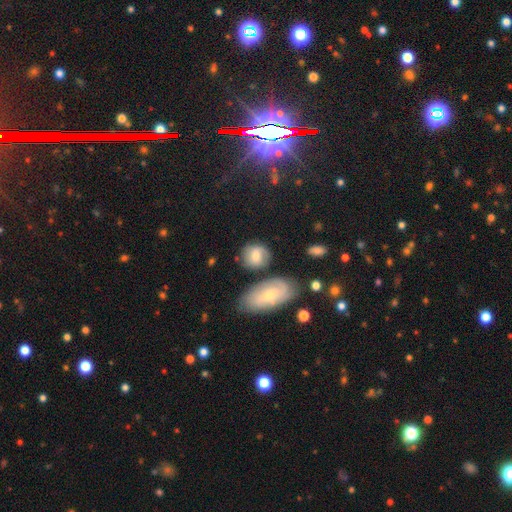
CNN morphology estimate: The model was most divided on "how rounded": round: 63%, in between: 35%, cigar-shaped: 2%. More confident: smooth or featured — smooth (67%); merging — none (65%).